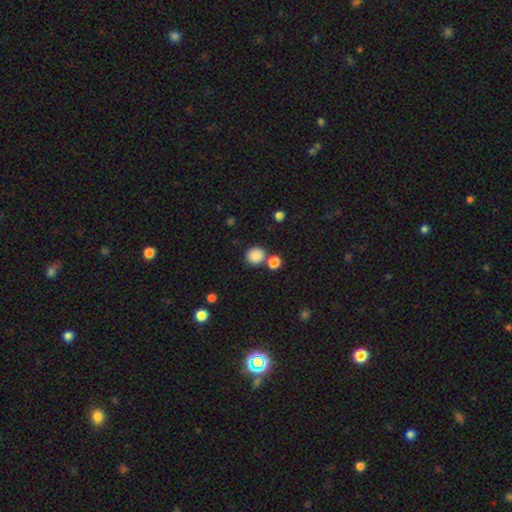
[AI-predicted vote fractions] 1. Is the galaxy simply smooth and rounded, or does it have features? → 86% smooth, 11% star or artifact, 4% featured or disk.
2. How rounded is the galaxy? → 90% round, 9% in between, 1% cigar-shaped.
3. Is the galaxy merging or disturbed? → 70% none, 19% merger, 8% minor disturbance, 3% major disturbance.